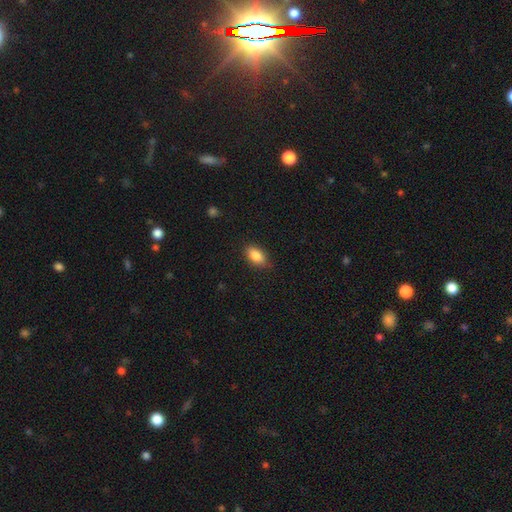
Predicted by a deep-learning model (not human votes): A smooth galaxy with no disk features (86%) that is in between round and cigar-shaped (89%).

Vote fractions:
- Smooth or featured? smooth: 86% / star or artifact: 7% / featured or disk: 7%
- How rounded? in between: 89% / round: 6% / cigar-shaped: 5%
- Merging? none: 84% / minor disturbance: 12% / major disturbance: 3% / merger: 1%